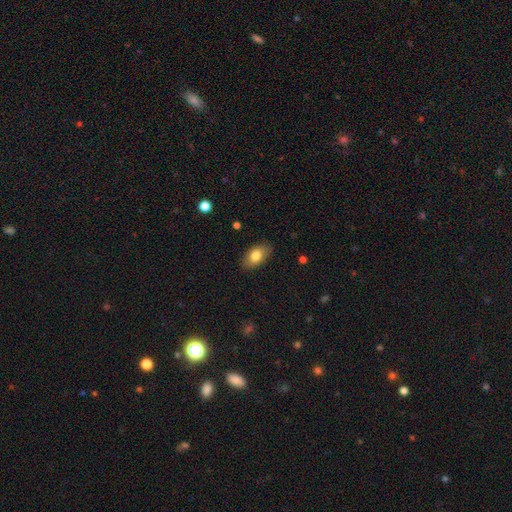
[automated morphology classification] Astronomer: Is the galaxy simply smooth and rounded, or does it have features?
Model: smooth — 80%.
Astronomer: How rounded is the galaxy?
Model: in between — 92%.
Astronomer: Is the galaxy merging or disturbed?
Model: none — 86%.